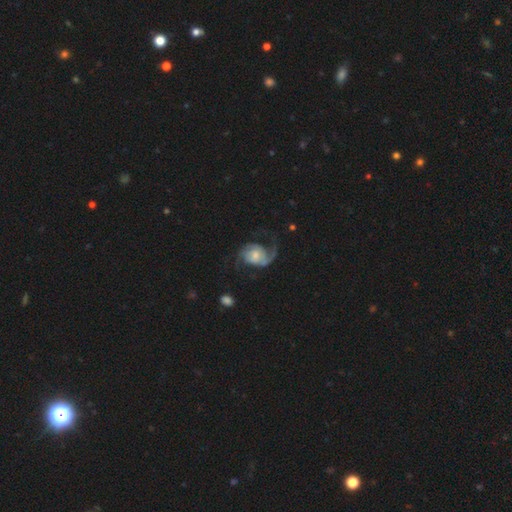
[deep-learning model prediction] Morphology: type=featured or disk (80%); edge-on=no (98%); bar=no (60%); spiral arms=yes (95%); winding=loose (48%); arm count=2 (75%); bulge=moderate (39%); merging=none (51%).